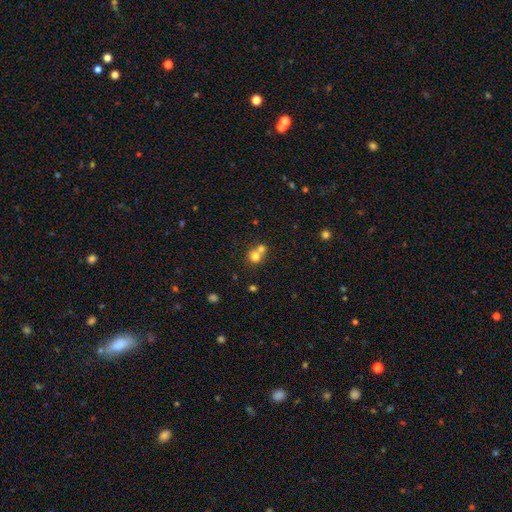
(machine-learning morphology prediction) Q: Smooth or featured?
A: smooth (73%); runner-up: featured or disk (14%)
Q: How rounded?
A: round (84%); runner-up: in between (15%)
Q: Merging?
A: merger (58%); runner-up: none (35%)